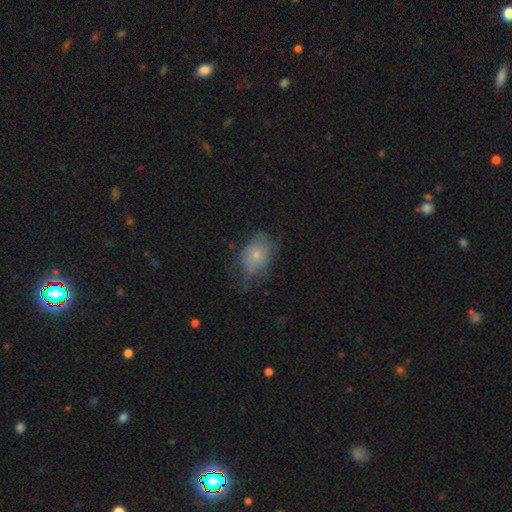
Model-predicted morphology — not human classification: type=smooth (63%); roundness=in between (80%); merging=none (45%).